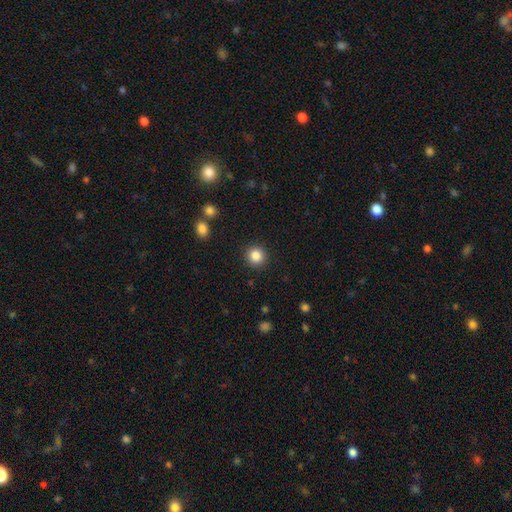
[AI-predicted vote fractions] A smooth galaxy with no disk features (85%) that is round (93%). Merging: none (91%).